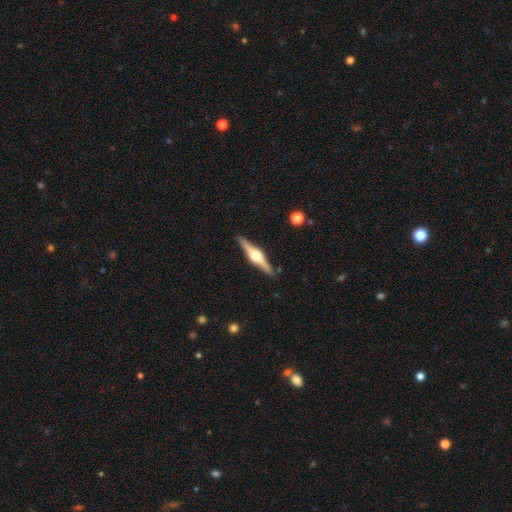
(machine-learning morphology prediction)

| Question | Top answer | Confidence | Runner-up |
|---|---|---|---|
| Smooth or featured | featured or disk | 79% | smooth (16%) |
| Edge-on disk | yes | 98% | no (2%) |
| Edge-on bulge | rounded | 93% | boxy (6%) |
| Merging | none | 90% | minor disturbance (7%) |